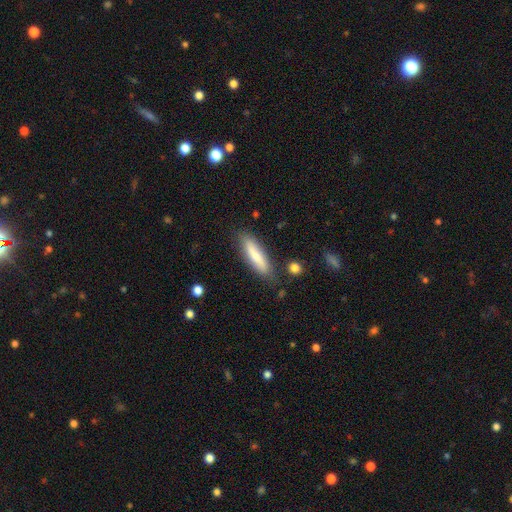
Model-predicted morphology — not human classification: smooth-or-featured: smooth: 73% | featured or disk: 21% | star or artifact: 6%
  how-rounded: cigar-shaped: 68% | in between: 30% | round: 2%
  merging: none: 79% | minor disturbance: 15% | major disturbance: 3% | merger: 3%